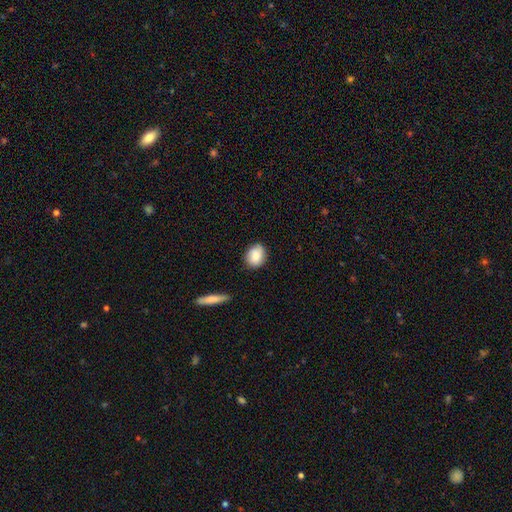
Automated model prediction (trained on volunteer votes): Overall: smooth (84%). How rounded: in between (56%; round 43%). Merging: none (84%).